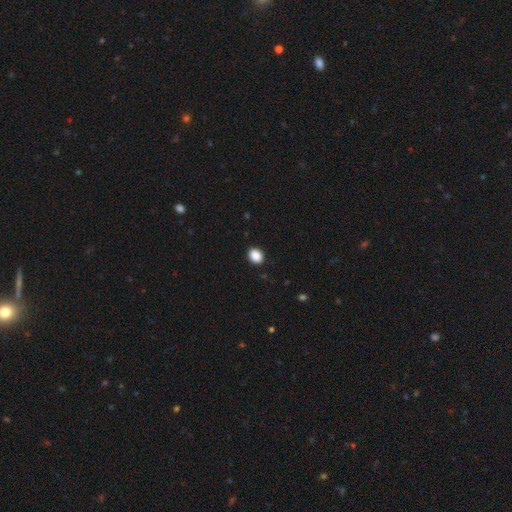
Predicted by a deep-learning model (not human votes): smooth-or-featured: smooth: 89% | star or artifact: 9% | featured or disk: 2%
  how-rounded: round: 50% | in between: 49% | cigar-shaped: 1%
  merging: none: 91% | minor disturbance: 6% | major disturbance: 2% | merger: 1%